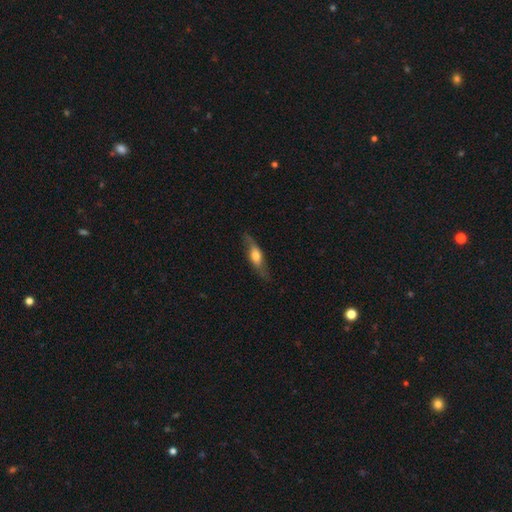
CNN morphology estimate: A featured or disk galaxy (51%) viewed edge-on (66%). Merging: none (76%).